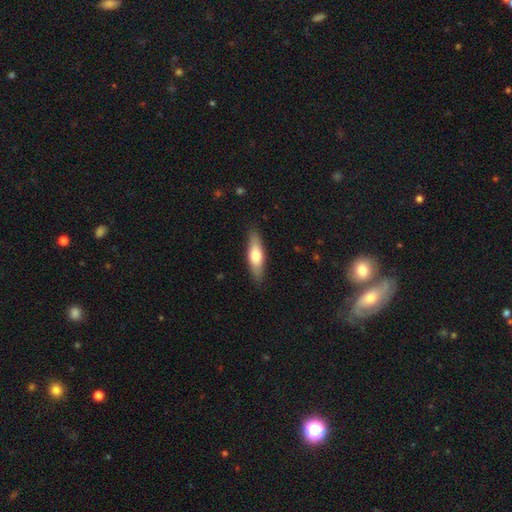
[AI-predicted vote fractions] Overall: smooth (63%; featured or disk 32%). How rounded: cigar-shaped (56%; in between 42%). Merging: none (87%).